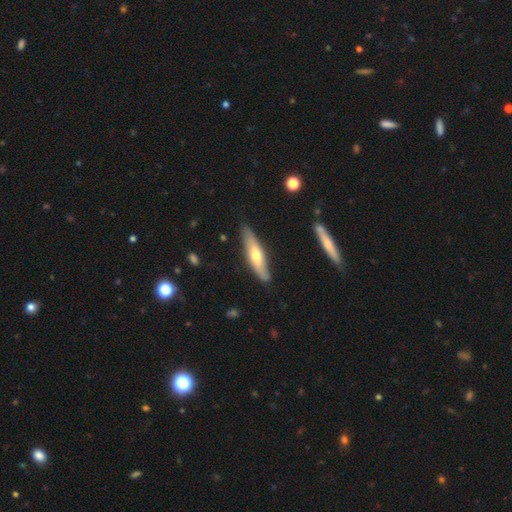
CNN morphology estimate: Q: Smooth or featured?
A: smooth (49%); runner-up: featured or disk (46%)
Q: Merging?
A: none (83%); runner-up: minor disturbance (13%)